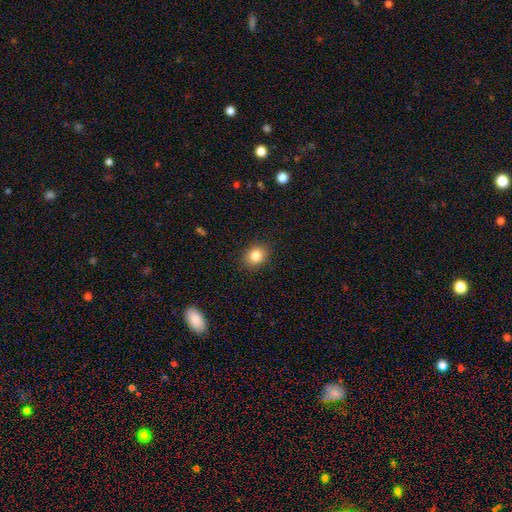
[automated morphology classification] smooth-or-featured: smooth: 84% | star or artifact: 10% | featured or disk: 6%
  how-rounded: round: 58% | in between: 41% | cigar-shaped: 1%
  merging: none: 89% | minor disturbance: 8% | major disturbance: 2% | merger: 1%